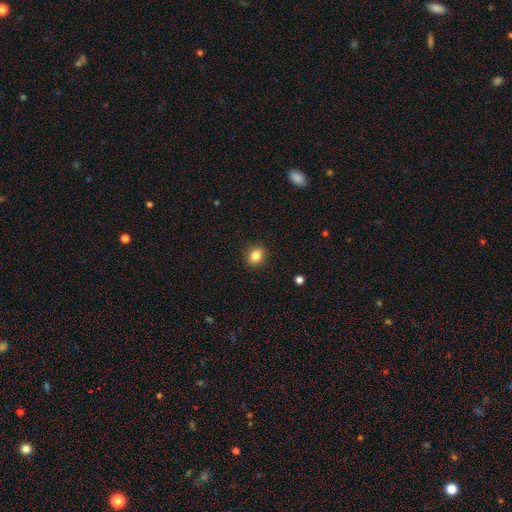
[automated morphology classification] smooth-or-featured: smooth: 84% | star or artifact: 11% | featured or disk: 6%
  how-rounded: round: 70% | in between: 29% | cigar-shaped: 1%
  merging: none: 90% | minor disturbance: 7% | major disturbance: 2% | merger: 1%